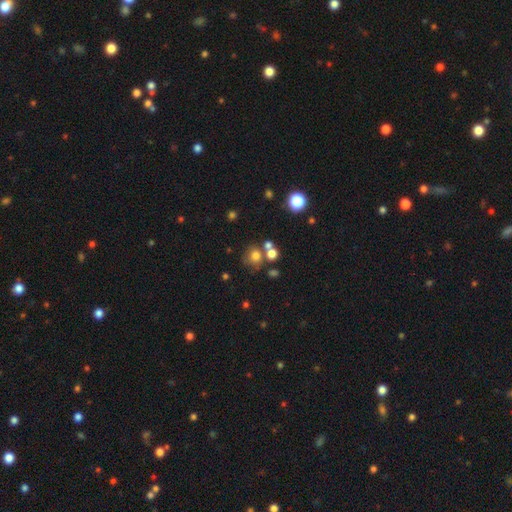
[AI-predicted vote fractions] A smooth galaxy with no disk features (71%) that is round (83%). Merging: none (56%).